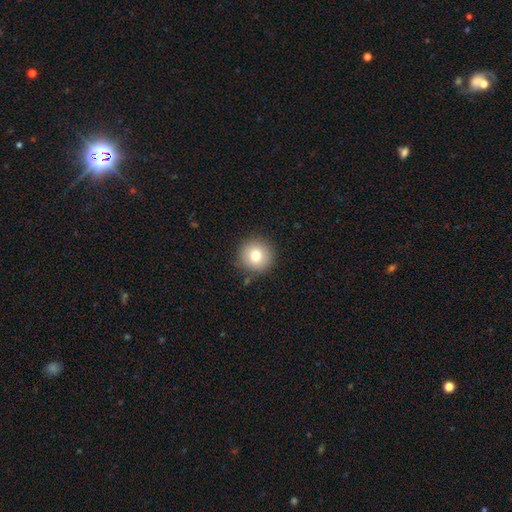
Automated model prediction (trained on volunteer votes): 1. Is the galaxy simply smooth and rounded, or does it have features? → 80% smooth, 10% star or artifact, 10% featured or disk.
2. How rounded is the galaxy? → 94% round, 5% in between, 1% cigar-shaped.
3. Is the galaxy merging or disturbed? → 87% none, 9% minor disturbance, 3% major disturbance, 2% merger.